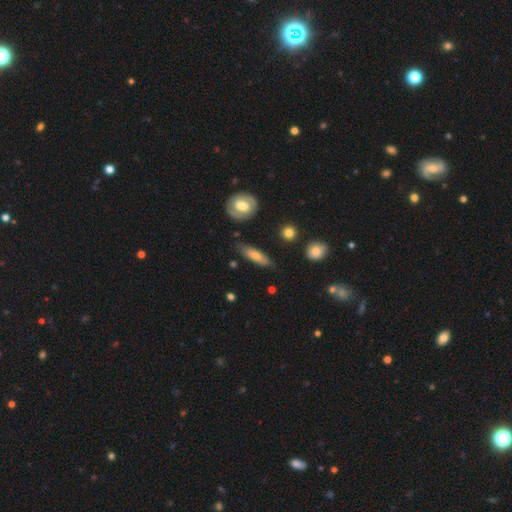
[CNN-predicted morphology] smooth_or_featured: smooth (p=0.65) [alt: featured or disk p=0.29]
how_rounded: cigar-shaped (p=0.62) [alt: in between p=0.34]
merging: none (p=0.79) [alt: minor disturbance p=0.15]